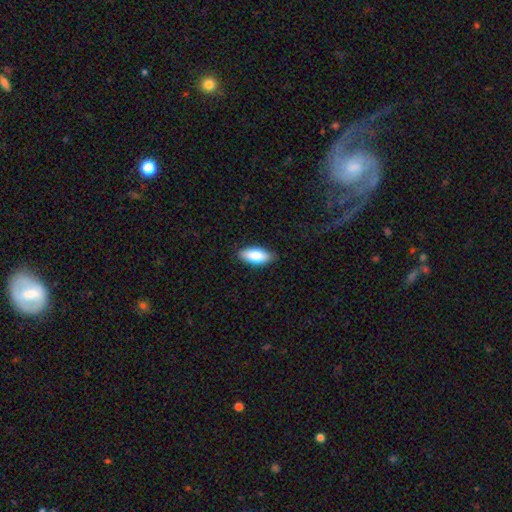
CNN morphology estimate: Smooth or featured? Predicted: smooth (p=0.81). How rounded? Predicted: in between (p=0.87). Merging? Predicted: none (p=0.85).